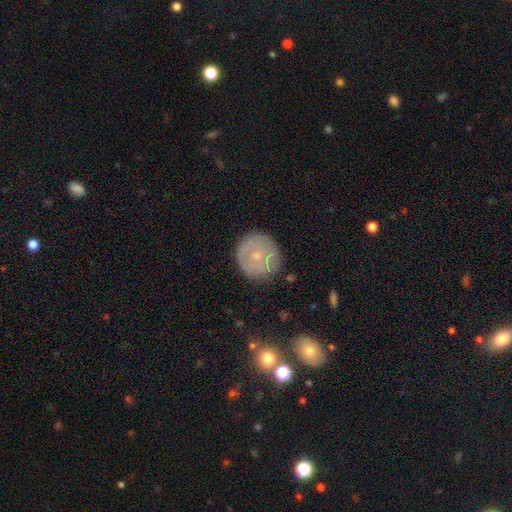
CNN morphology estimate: smooth 50%, featured or disk 41%, star or artifact 9%. Down the decision tree: how rounded — round (94%); merging — none (84%).